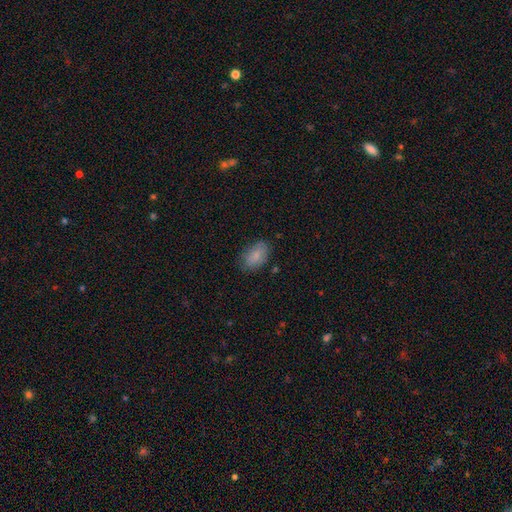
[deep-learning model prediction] Smooth or featured: smooth — 81% (featured or disk — 12%)
How rounded: in between — 91% (round — 8%)
Merging: none — 77% (minor disturbance — 18%)